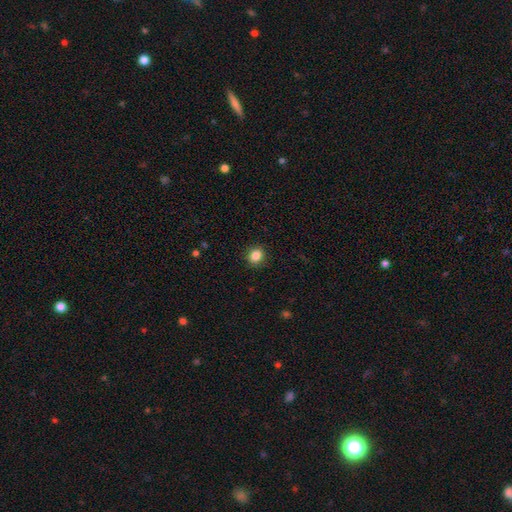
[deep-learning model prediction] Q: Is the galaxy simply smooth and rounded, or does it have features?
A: smooth — 86%.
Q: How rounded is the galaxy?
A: round — 70%.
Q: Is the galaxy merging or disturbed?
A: none — 90%.